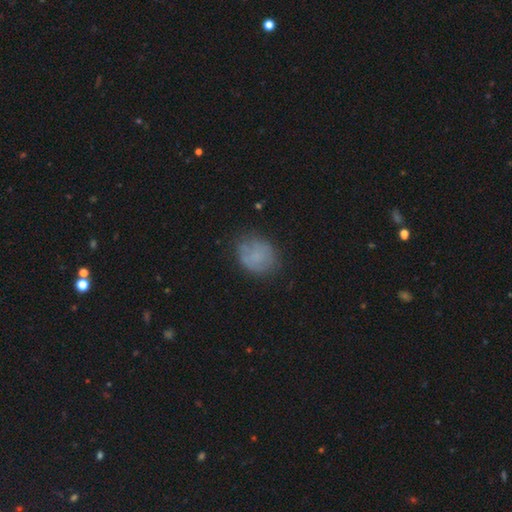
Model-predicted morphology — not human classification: smooth-or-featured: smooth: 65% | featured or disk: 24% | star or artifact: 11%
  how-rounded: round: 62% | in between: 37% | cigar-shaped: 1%
  merging: none: 67% | minor disturbance: 22% | major disturbance: 8% | merger: 2%